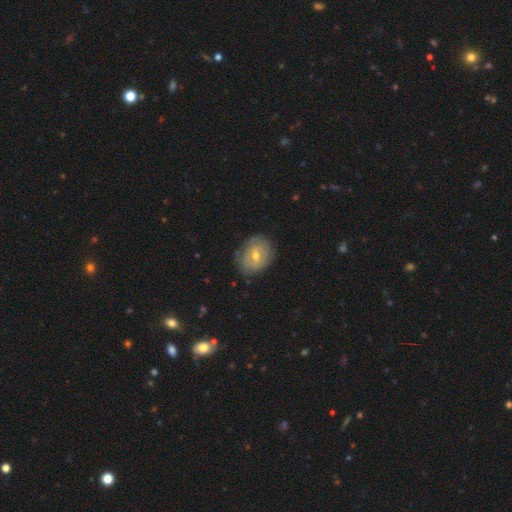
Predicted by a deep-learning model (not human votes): Smooth or featured?
  - featured or disk: 48% *
  - smooth: 42%
  - star or artifact: 10%
Merging?
  - none: 76% *
  - minor disturbance: 18%
  - major disturbance: 5%
  - merger: 1%